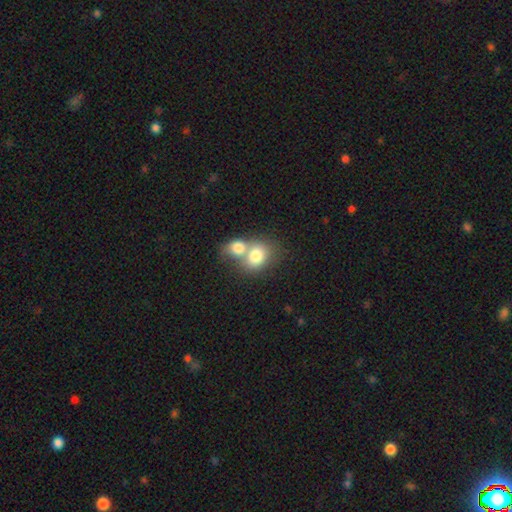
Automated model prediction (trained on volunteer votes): smooth_or_featured: smooth (p=0.77) [alt: featured or disk p=0.15]
how_rounded: round (p=0.50) [alt: in between p=0.49]
merging: merger (p=0.71) [alt: none p=0.20]